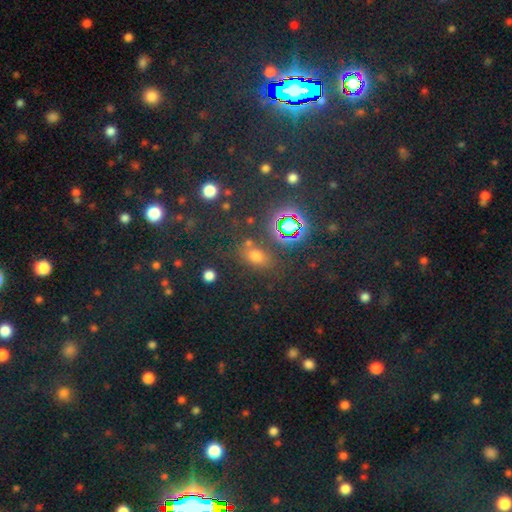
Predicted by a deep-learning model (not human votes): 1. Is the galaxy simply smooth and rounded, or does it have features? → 60% smooth, 31% star or artifact, 9% featured or disk.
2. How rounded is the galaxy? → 66% in between, 29% round, 5% cigar-shaped.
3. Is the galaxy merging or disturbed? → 71% none, 14% minor disturbance, 8% merger, 7% major disturbance.